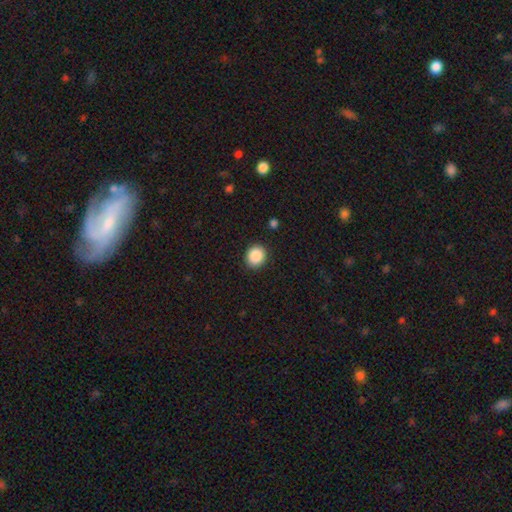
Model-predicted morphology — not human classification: Q: Smooth or featured?
A: smooth (89%); runner-up: star or artifact (9%)
Q: How rounded?
A: round (79%); runner-up: in between (21%)
Q: Merging?
A: none (90%); runner-up: minor disturbance (6%)